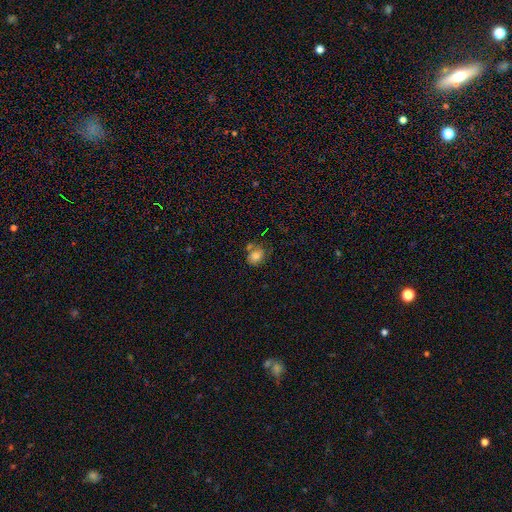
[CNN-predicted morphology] A smooth galaxy with no disk features (78%) that is in between round and cigar-shaped (51%).

Vote fractions:
- Smooth or featured? smooth: 78% / featured or disk: 11% / star or artifact: 11%
- How rounded? in between: 51% / round: 48% / cigar-shaped: 1%
- Merging? none: 55% / minor disturbance: 19% / merger: 18% / major disturbance: 7%